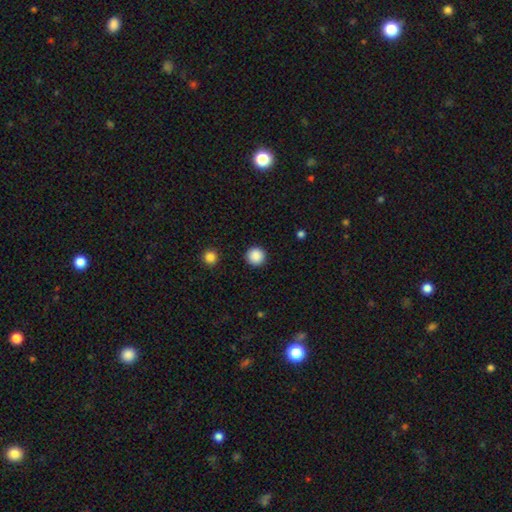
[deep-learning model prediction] This is clearly a smooth galaxy (88%). How rounded: clearly round (96%). Merging: clearly none (93%).